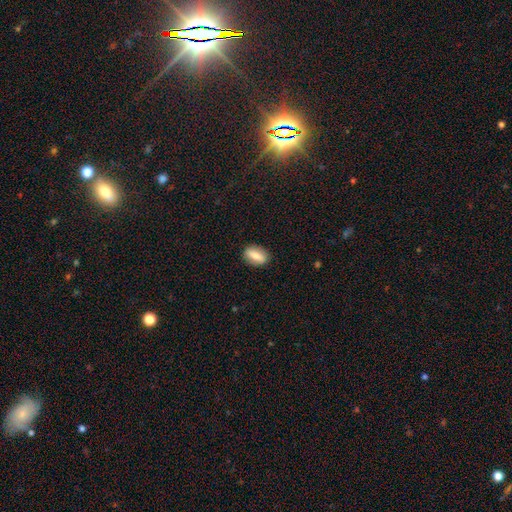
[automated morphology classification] Smooth or featured? Predicted: smooth (p=0.73). How rounded? Predicted: in between (p=0.80). Merging? Predicted: none (p=0.87).